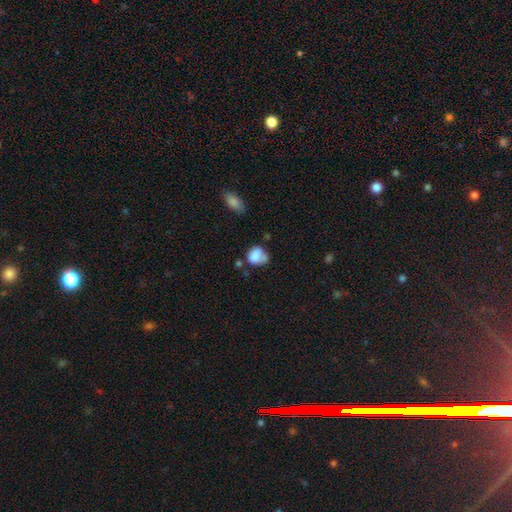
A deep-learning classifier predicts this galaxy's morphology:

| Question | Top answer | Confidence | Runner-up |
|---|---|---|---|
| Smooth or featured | smooth | 75% | featured or disk (16%) |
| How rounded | in between | 54% | round (45%) |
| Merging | none | 38% | minor disturbance (29%) |